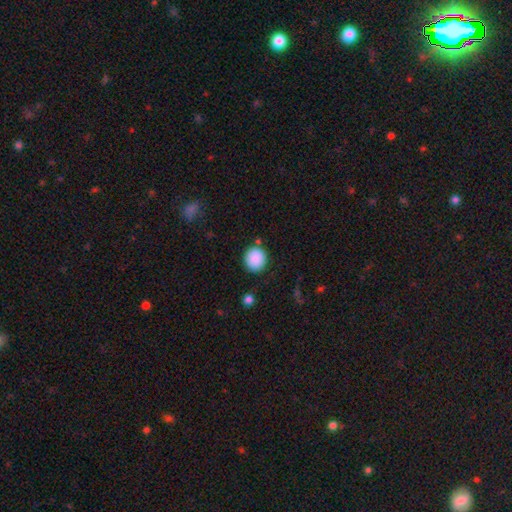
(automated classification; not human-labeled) A smooth galaxy with no disk features (89%) that is round (88%).

Vote fractions:
- Smooth or featured? smooth: 89% / star or artifact: 8% / featured or disk: 3%
- How rounded? round: 88% / in between: 11% / cigar-shaped: 1%
- Merging? none: 85% / minor disturbance: 9% / merger: 3% / major disturbance: 3%